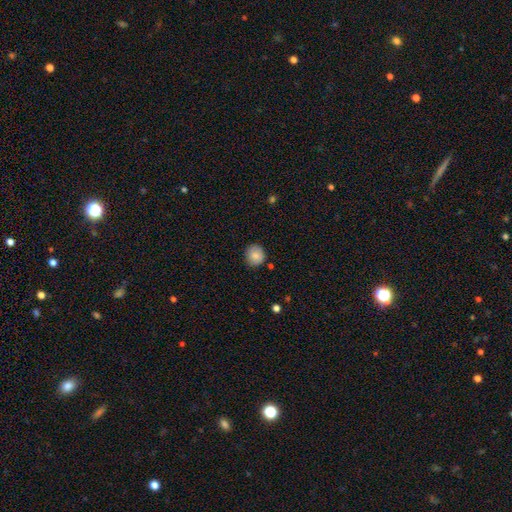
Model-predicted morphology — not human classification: The model was most divided on "merging": none: 83%, minor disturbance: 13%, major disturbance: 2%, merger: 2%. More confident: how rounded — round (86%); smooth or featured — smooth (84%).